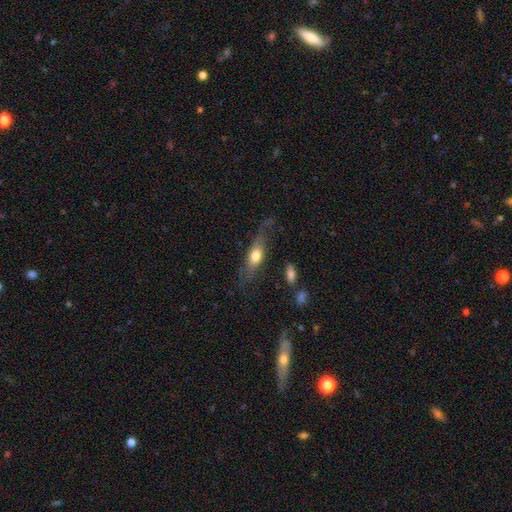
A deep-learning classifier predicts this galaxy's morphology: Smooth or featured?
  - smooth: 56% *
  - featured or disk: 37%
  - star or artifact: 7%
How rounded?
  - in between: 58% *
  - cigar-shaped: 36%
  - round: 5%
Merging?
  - none: 57% *
  - minor disturbance: 24%
  - major disturbance: 16%
  - merger: 3%